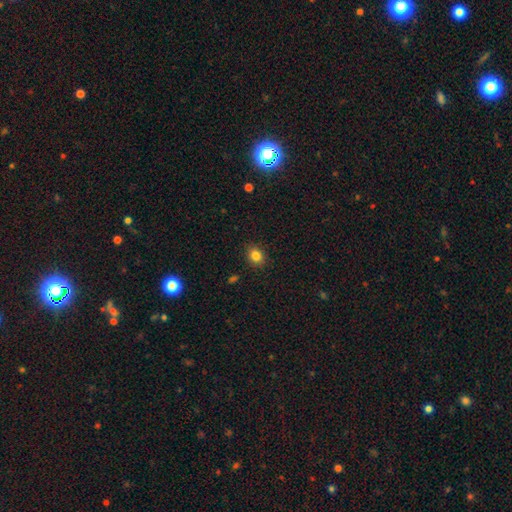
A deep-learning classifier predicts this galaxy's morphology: Smooth or featured: smooth — 84% (star or artifact — 11%)
How rounded: round — 57% (in between — 42%)
Merging: none — 89% (minor disturbance — 8%)